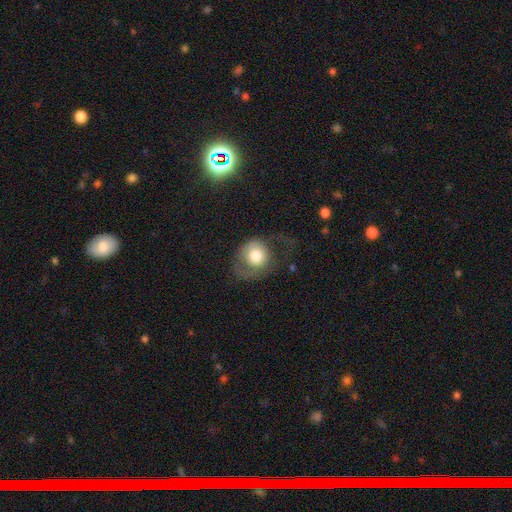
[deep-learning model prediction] Smooth or featured? smooth (66%)
How rounded? round (77%)
Merging? major disturbance (39%)